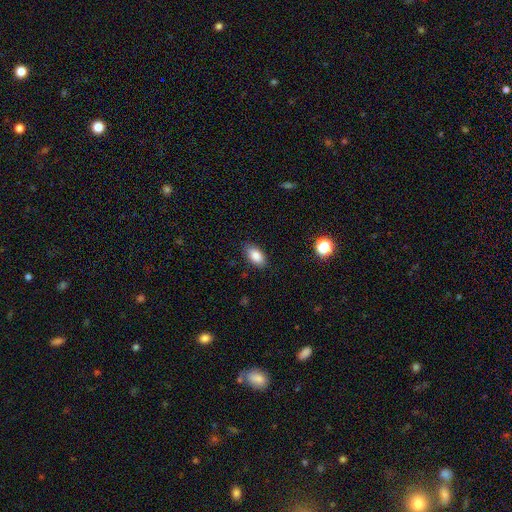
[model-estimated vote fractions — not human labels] A smooth galaxy with no disk features (87%) that is in between round and cigar-shaped (92%). Merging: none (85%).